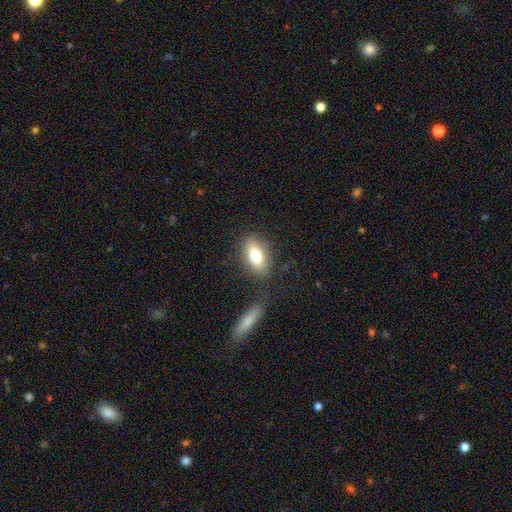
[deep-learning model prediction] A smooth galaxy with no disk features (77%) that is in between round and cigar-shaped (86%). Merging: none (77%).